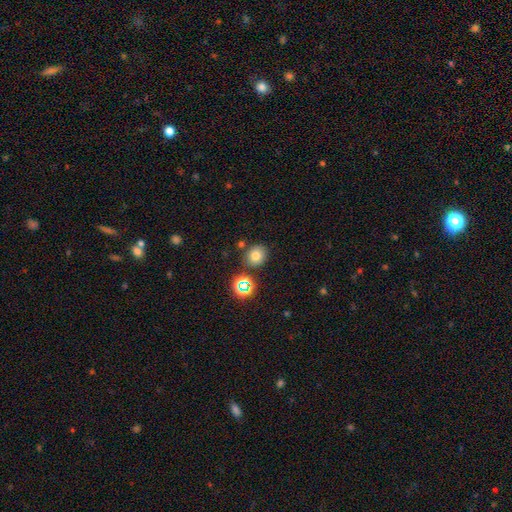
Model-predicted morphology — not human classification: Overall: smooth (73%). How rounded: round (79%). Merging: none (80%).